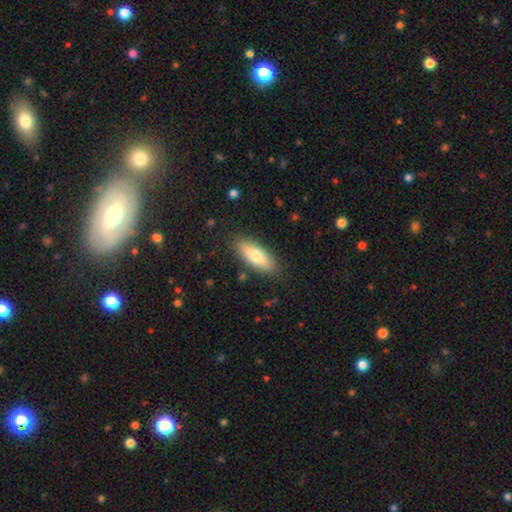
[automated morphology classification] Q: Smooth or featured?
A: smooth (74%); runner-up: featured or disk (20%)
Q: How rounded?
A: in between (64%); runner-up: cigar-shaped (34%)
Q: Merging?
A: none (86%); runner-up: minor disturbance (10%)